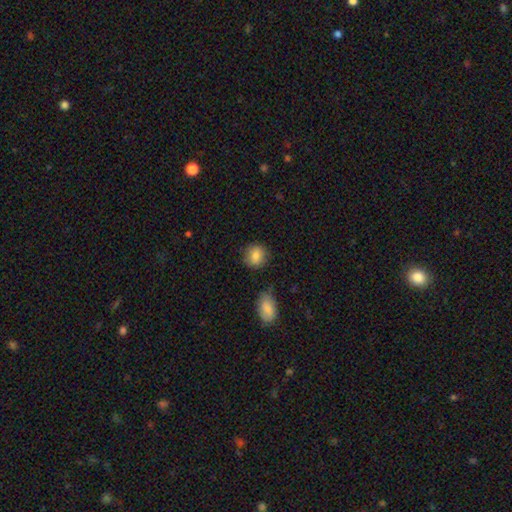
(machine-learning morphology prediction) A smooth galaxy with no disk features (85%) that is round (77%).

Vote fractions:
- Smooth or featured? smooth: 85% / star or artifact: 8% / featured or disk: 7%
- How rounded? round: 77% / in between: 22% / cigar-shaped: 1%
- Merging? none: 82% / minor disturbance: 12% / merger: 4% / major disturbance: 3%